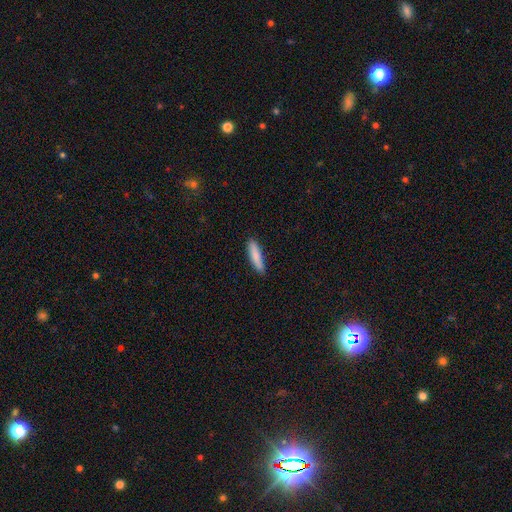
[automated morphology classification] type=smooth (84%); roundness=cigar-shaped (78%); merging=none (86%).